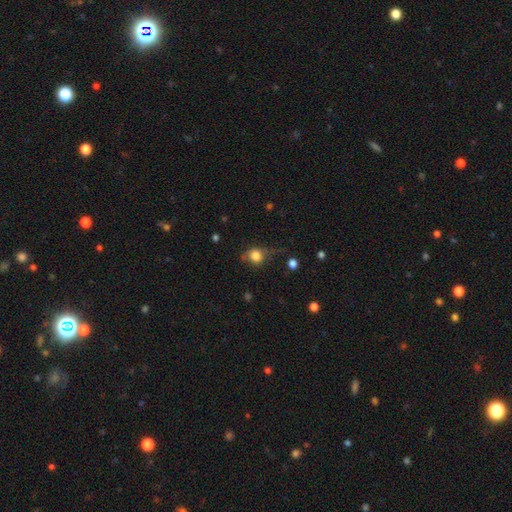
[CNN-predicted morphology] This is likely a smooth galaxy (78%). How rounded: likely round (77%). Merging: possibly none (52%).